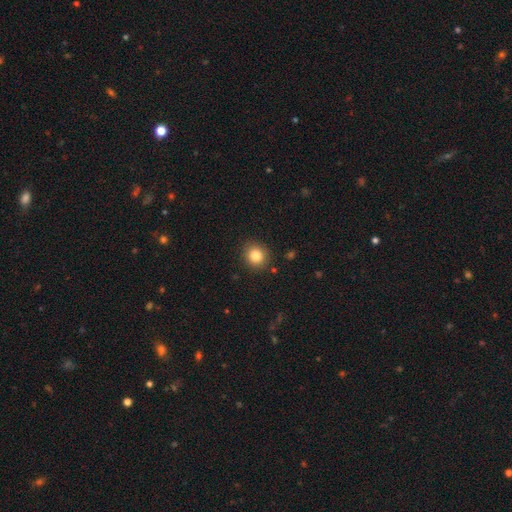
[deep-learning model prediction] Smooth or featured? Predicted: smooth (p=0.83). How rounded? Predicted: round (p=0.85). Merging? Predicted: none (p=0.89).